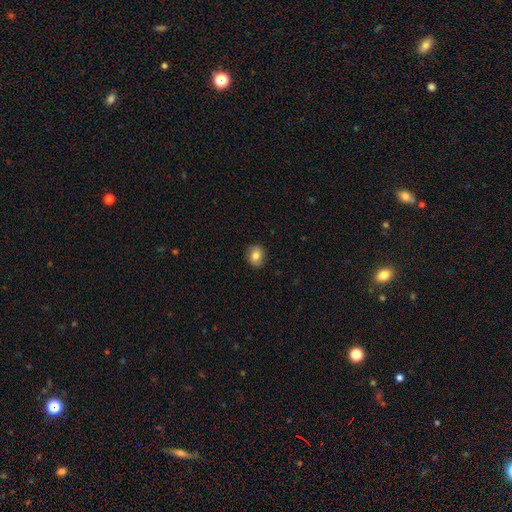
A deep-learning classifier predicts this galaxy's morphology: Smooth or featured: smooth — 80% (featured or disk — 11%)
How rounded: round — 62% (in between — 37%)
Merging: none — 89% (minor disturbance — 8%)